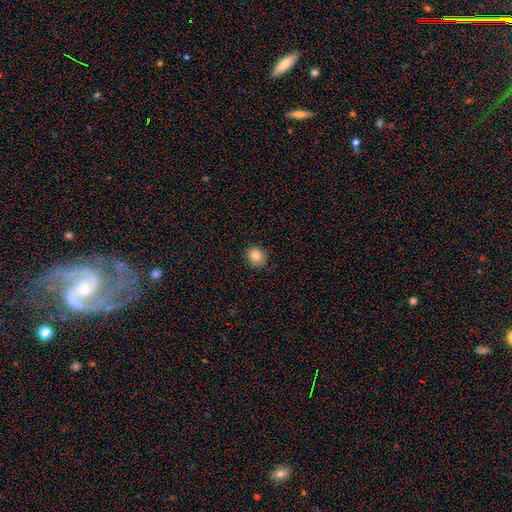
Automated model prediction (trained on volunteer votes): Morphology: type=smooth (84%); roundness=round (70%); merging=none (87%).